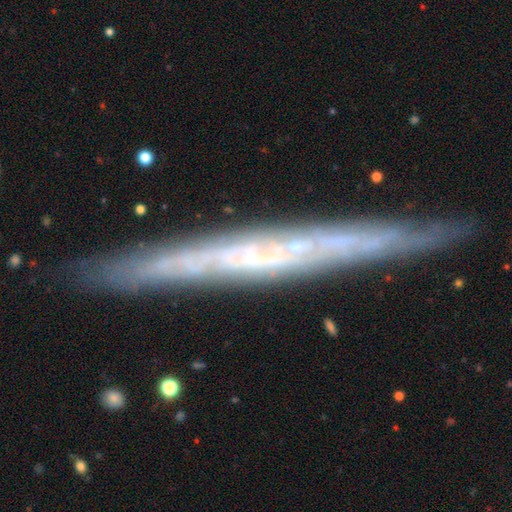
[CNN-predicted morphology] smooth-or-featured: featured or disk: 75% | smooth: 17% | star or artifact: 8%
  disk-edge-on: yes: 86% | no: 14%
    edge-on-bulge: none: 79% | rounded: 16% | boxy: 6%
  merging: none: 84% | minor disturbance: 11% | major disturbance: 2% | merger: 2%